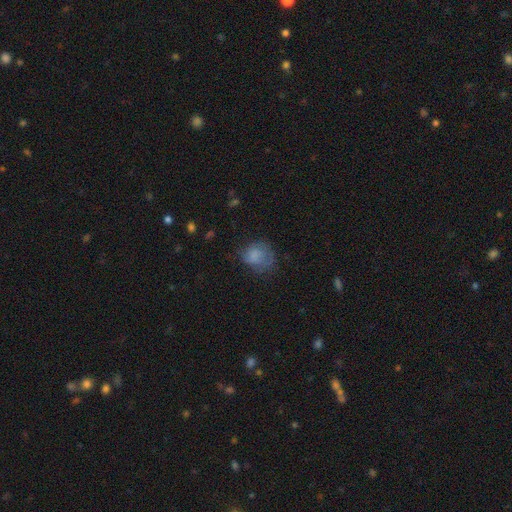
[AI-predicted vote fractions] smooth-or-featured: smooth: 72% | featured or disk: 17% | star or artifact: 11%
  how-rounded: round: 61% | in between: 38% | cigar-shaped: 1%
  merging: none: 46% | minor disturbance: 29% | major disturbance: 23% | merger: 2%